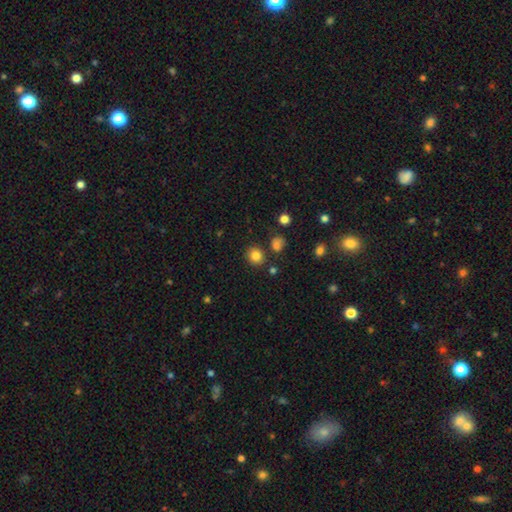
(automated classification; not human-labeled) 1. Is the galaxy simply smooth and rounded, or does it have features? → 82% smooth, 12% star or artifact, 5% featured or disk.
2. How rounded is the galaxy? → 85% round, 14% in between, 1% cigar-shaped.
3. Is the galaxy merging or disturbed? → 84% none, 8% minor disturbance, 5% merger, 3% major disturbance.